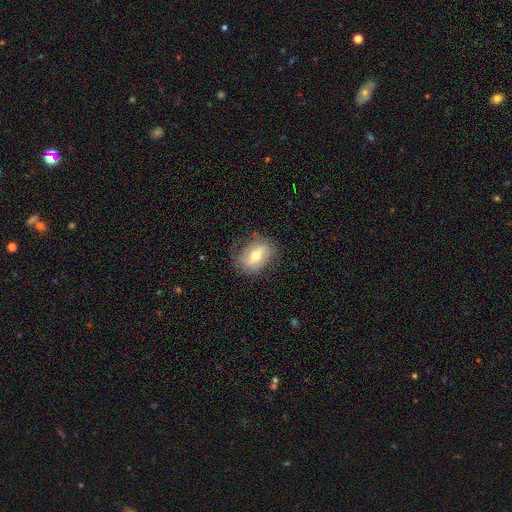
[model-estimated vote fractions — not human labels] This is possibly a featured or disk galaxy (51%). It is clearly not viewed edge-on (91%). Merging: likely none (72%).